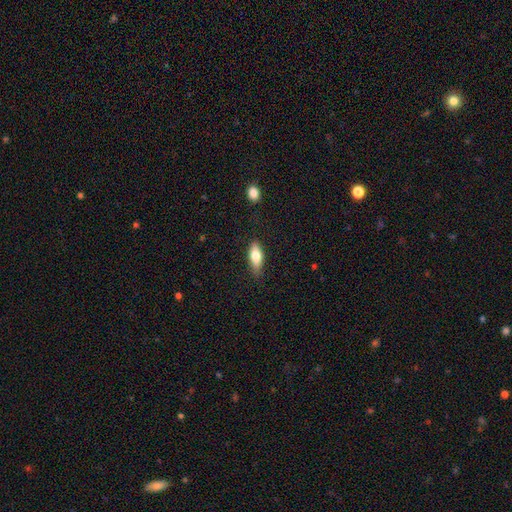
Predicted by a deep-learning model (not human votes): A smooth galaxy with no disk features (71%) that is in between round and cigar-shaped (72%). Merging: none (79%).